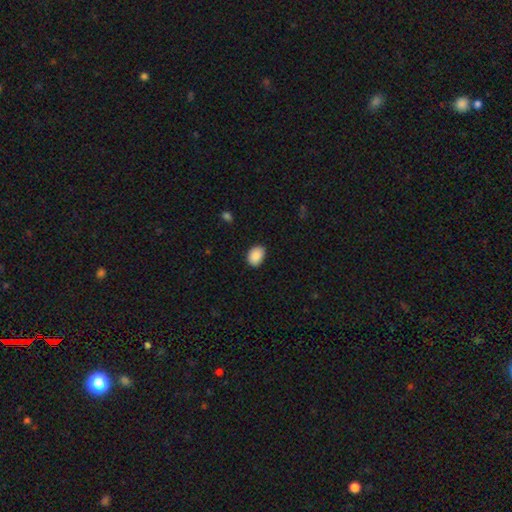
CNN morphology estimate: smooth-or-featured: smooth: 90% | star or artifact: 7% | featured or disk: 3%
  how-rounded: in between: 77% | round: 22% | cigar-shaped: 1%
  merging: none: 85% | minor disturbance: 11% | major disturbance: 2% | merger: 1%